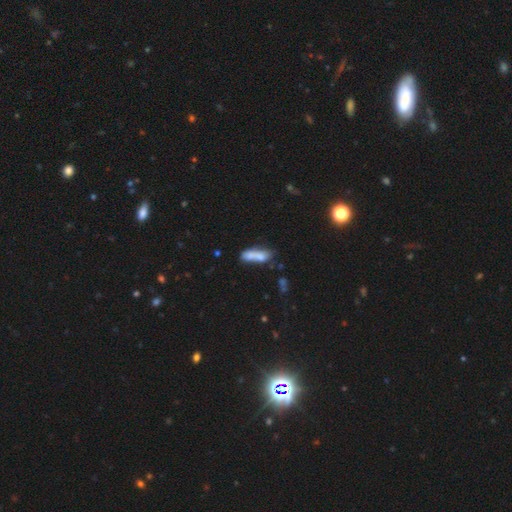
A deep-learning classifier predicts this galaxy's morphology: A smooth galaxy with no disk features (69%) that is in between round and cigar-shaped (58%). Merging: merger (40%).